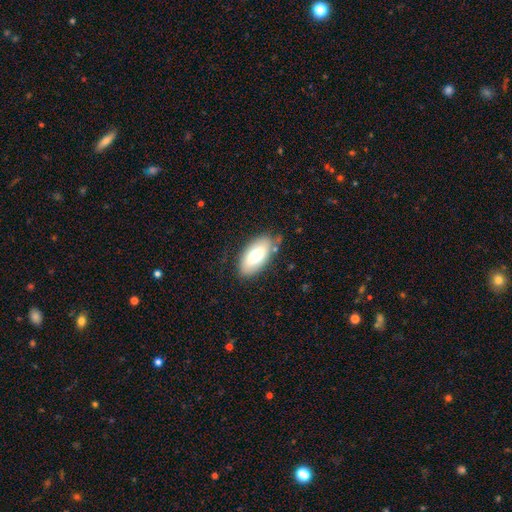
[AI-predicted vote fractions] Smooth or featured? smooth (71%)
How rounded? in between (92%)
Merging? none (78%)